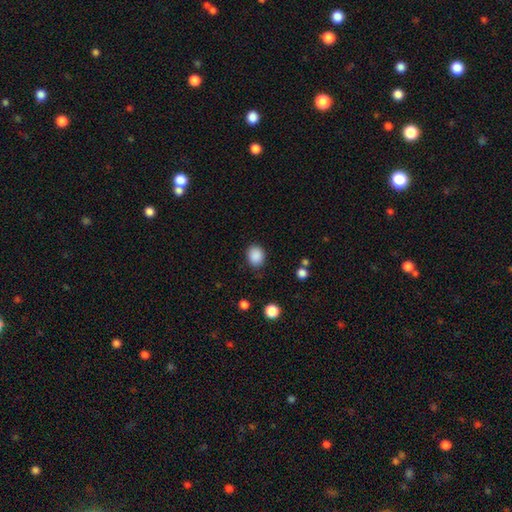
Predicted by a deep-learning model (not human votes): Smooth or featured: smooth — 88% (star or artifact — 9%)
How rounded: round — 57% (in between — 42%)
Merging: none — 85% (minor disturbance — 11%)